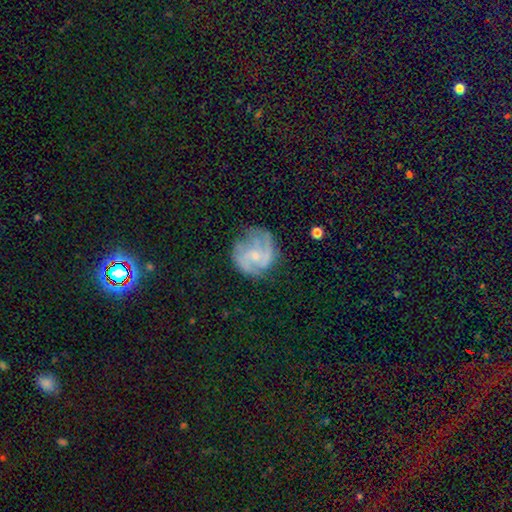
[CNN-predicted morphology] Smooth or featured?
  - featured or disk: 74% *
  - smooth: 18%
  - star or artifact: 8%
Edge-on disk?
  - no: 98% *
  - yes: 2%
Bar?
  - no: 63% *
  - weak: 31%
  - strong: 6%
Spiral arms?
  - yes: 89% *
  - no: 11%
Spiral winding?
  - medium: 46% *
  - tight: 33%
  - loose: 21%
Spiral arm count?
  - 2: 42% *
  - 3: 23%
  - can't tell: 22%
  - 4: 5%
  - 1: 5%
  - more than 4: 4%
Bulge size?
  - small: 69% *
  - moderate: 24%
  - none: 5%
  - large: 1%
  - dominant: 1%
Merging?
  - none: 61% *
  - minor disturbance: 23%
  - major disturbance: 14%
  - merger: 2%